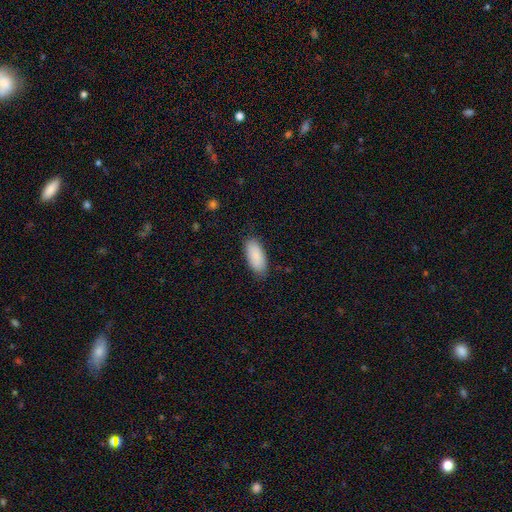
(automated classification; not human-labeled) smooth-or-featured: smooth: 88% | featured or disk: 6% | star or artifact: 6%
  how-rounded: in between: 88% | cigar-shaped: 11% | round: 2%
  merging: none: 84% | minor disturbance: 13% | major disturbance: 3% | merger: 1%